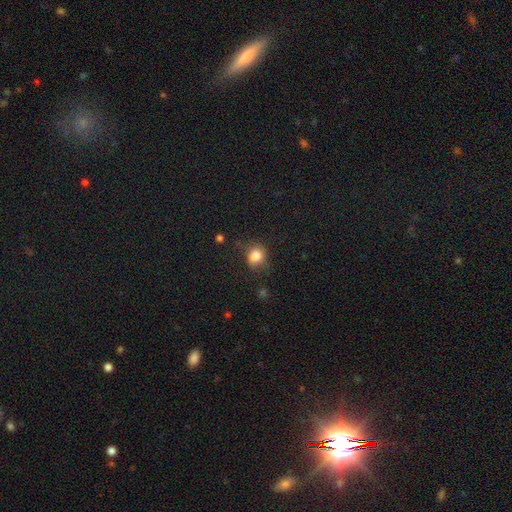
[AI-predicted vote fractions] A smooth galaxy with no disk features (83%) that is round (68%). Merging: none (67%).